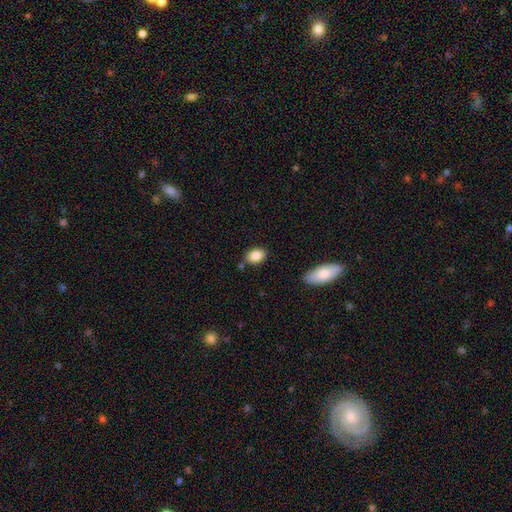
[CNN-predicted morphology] This appears to be a smooth galaxy with no disk features (86%) that is in between round and cigar-shaped (77%). Merging: none (80%).